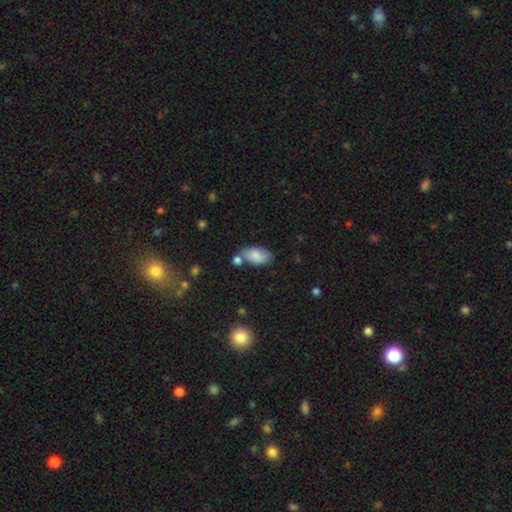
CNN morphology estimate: smooth-or-featured: smooth: 82% | featured or disk: 11% | star or artifact: 7%
  how-rounded: in between: 94% | round: 4% | cigar-shaped: 2%
  merging: none: 62% | minor disturbance: 19% | merger: 15% | major disturbance: 5%